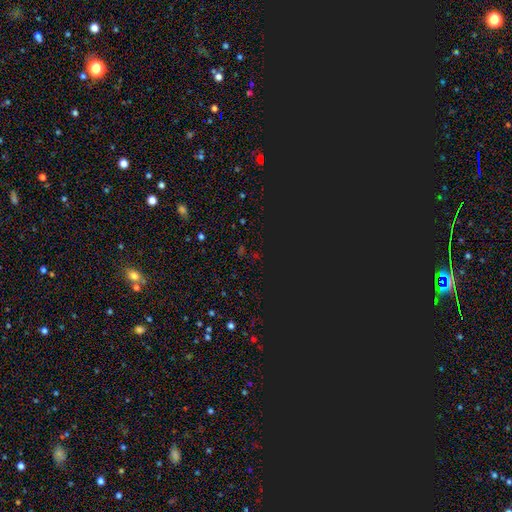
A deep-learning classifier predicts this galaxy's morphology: Smooth or featured? Predicted: star or artifact (p=0.73).